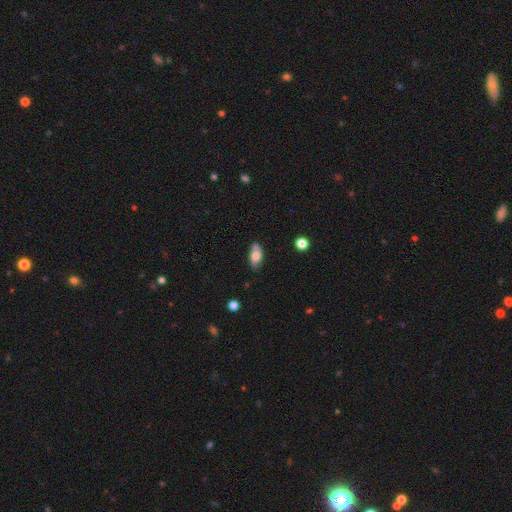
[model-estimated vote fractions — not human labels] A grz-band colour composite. It shows a smooth galaxy with no disk features (69%) that is in between round and cigar-shaped (85%). Merging: none (63%).